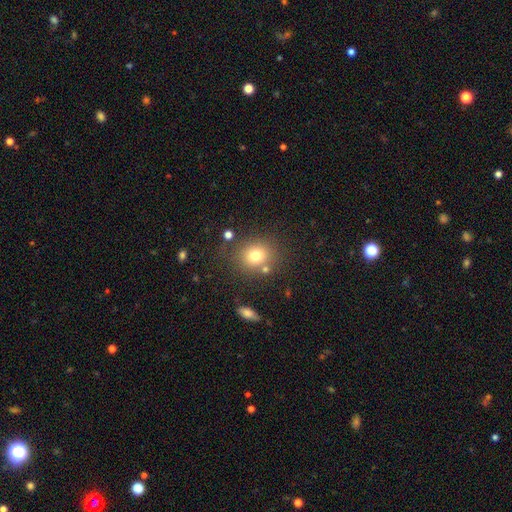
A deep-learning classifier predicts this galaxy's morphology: Smooth or featured? Predicted: smooth (p=0.75). How rounded? Predicted: round (p=0.74). Merging? Predicted: none (p=0.75).